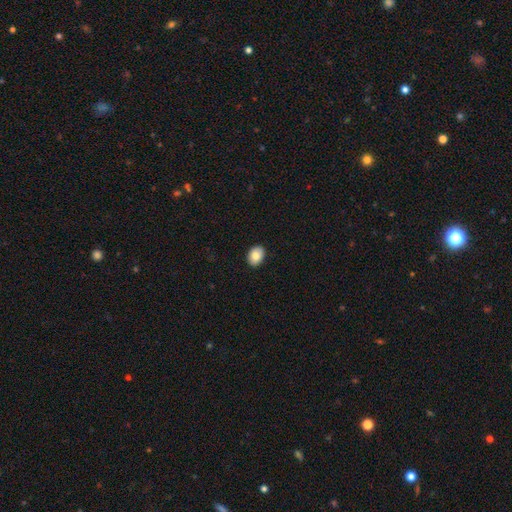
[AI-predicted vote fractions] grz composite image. It shows a smooth galaxy with no disk features (85%) that is in between round and cigar-shaped (73%). Merging: none (90%).